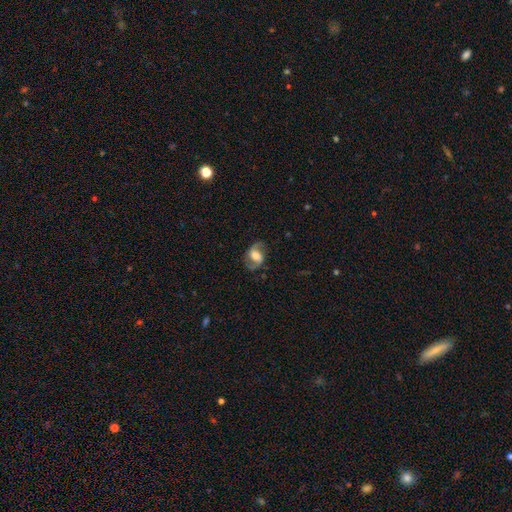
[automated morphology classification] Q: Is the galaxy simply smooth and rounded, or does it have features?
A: featured or disk — 79%.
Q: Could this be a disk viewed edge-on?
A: no — 97%.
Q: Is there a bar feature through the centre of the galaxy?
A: weak — 45%.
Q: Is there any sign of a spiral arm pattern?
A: yes — 93%.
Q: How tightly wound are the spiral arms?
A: medium — 50%.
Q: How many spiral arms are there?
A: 2 — 92%.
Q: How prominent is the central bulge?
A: moderate — 47%.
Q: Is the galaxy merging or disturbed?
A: none — 78%.